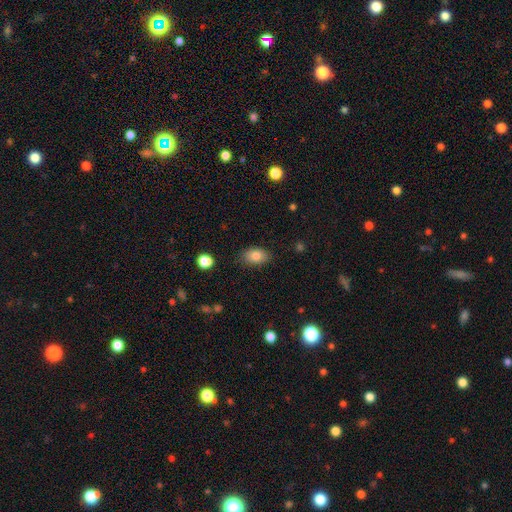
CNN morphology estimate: A smooth galaxy with no disk features (81%) that is in between round and cigar-shaped (86%). Merging: none (82%).